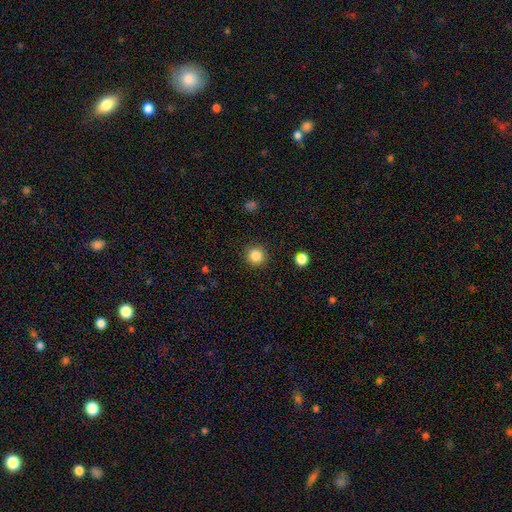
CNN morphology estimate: A smooth galaxy with no disk features (85%) that is round (94%).

Vote fractions:
- Smooth or featured? smooth: 85% / star or artifact: 11% / featured or disk: 4%
- How rounded? round: 94% / in between: 5% / cigar-shaped: 1%
- Merging? none: 91% / minor disturbance: 5% / major disturbance: 2% / merger: 1%